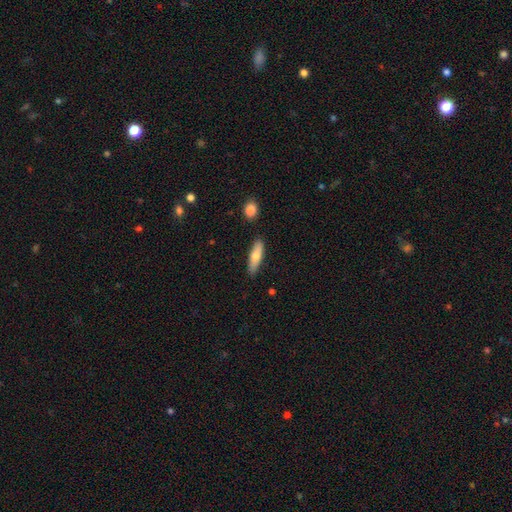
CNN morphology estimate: Q: Smooth or featured?
A: smooth (66%); runner-up: featured or disk (28%)
Q: How rounded?
A: cigar-shaped (60%); runner-up: in between (38%)
Q: Merging?
A: none (85%); runner-up: minor disturbance (11%)